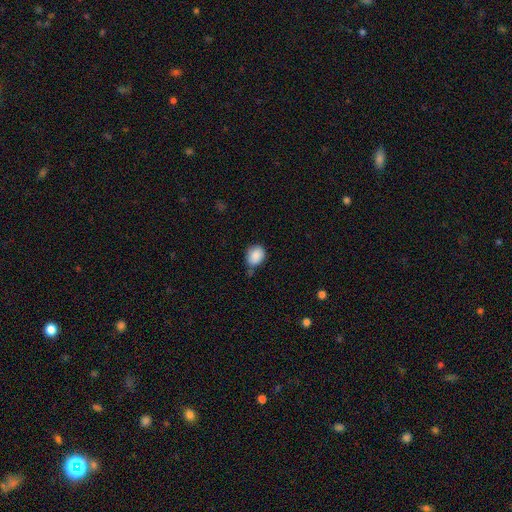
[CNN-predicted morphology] type=smooth (87%); roundness=round (58%); merging=none (62%).